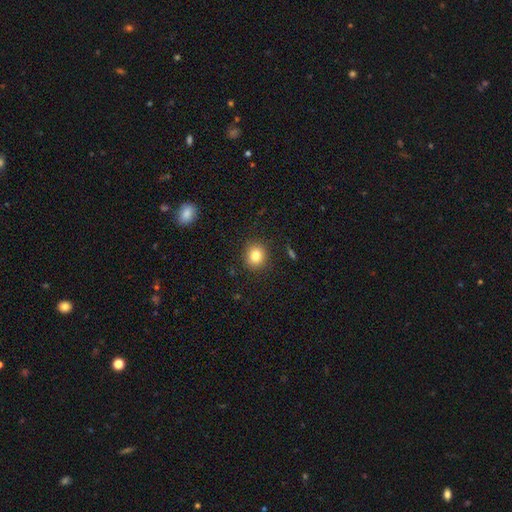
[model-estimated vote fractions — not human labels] Smooth or featured?
  - smooth: 82% *
  - star or artifact: 10%
  - featured or disk: 7%
How rounded?
  - round: 82% *
  - in between: 17%
  - cigar-shaped: 1%
Merging?
  - none: 89% *
  - minor disturbance: 7%
  - major disturbance: 2%
  - merger: 1%